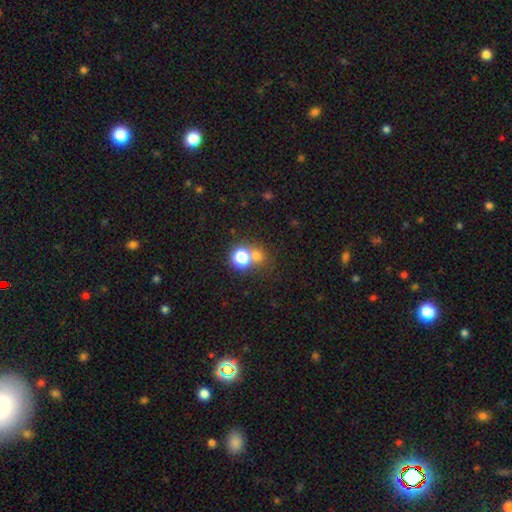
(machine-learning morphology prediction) This appears to be a smooth galaxy with no disk features (70%) that is round (83%). Merging: none (49%).